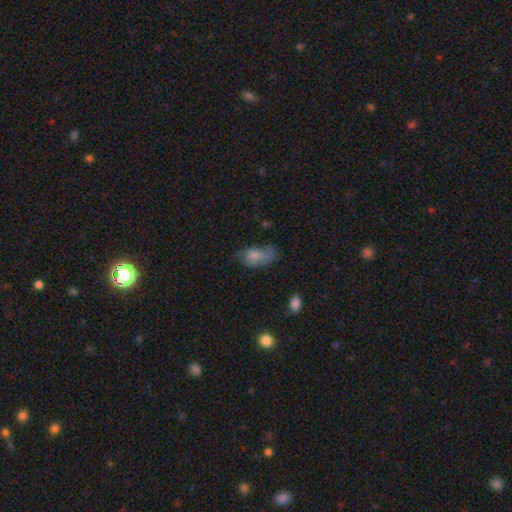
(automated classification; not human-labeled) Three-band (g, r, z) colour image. It shows a smooth galaxy with no disk features (66%) that is in between round and cigar-shaped (91%). Merging: none (41%).